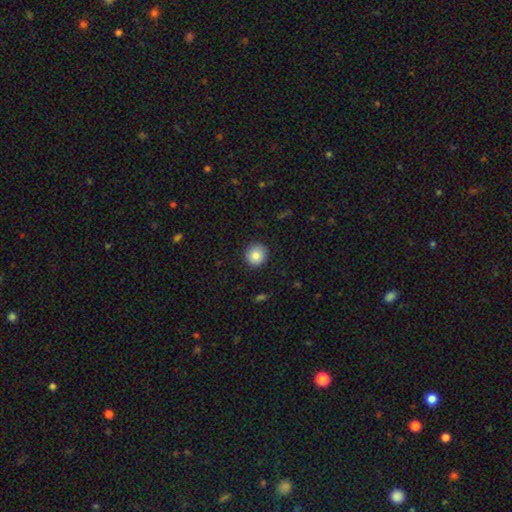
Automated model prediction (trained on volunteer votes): smooth 85%, star or artifact 9%, featured or disk 7%. Down the decision tree: how rounded — round (91%); merging — none (88%).